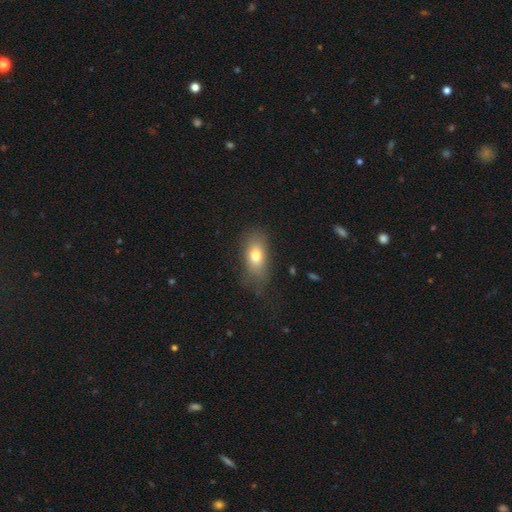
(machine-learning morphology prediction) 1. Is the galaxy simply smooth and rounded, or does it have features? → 75% smooth, 15% featured or disk, 10% star or artifact.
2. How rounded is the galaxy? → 84% in between, 9% round, 7% cigar-shaped.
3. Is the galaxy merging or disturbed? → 67% none, 21% minor disturbance, 10% major disturbance, 2% merger.